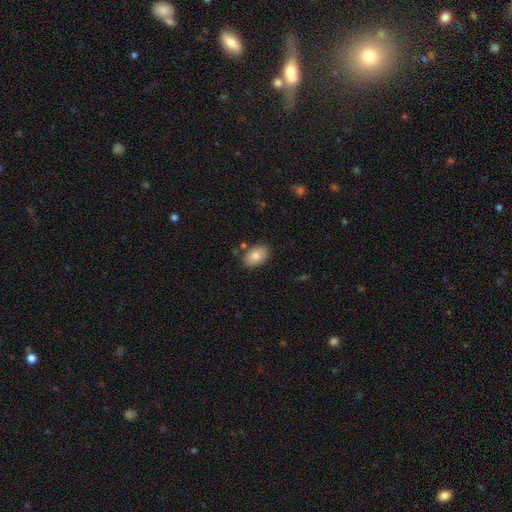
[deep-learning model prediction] This appears to be a smooth galaxy with no disk features (83%) that is in between round and cigar-shaped (88%). Merging: none (83%).